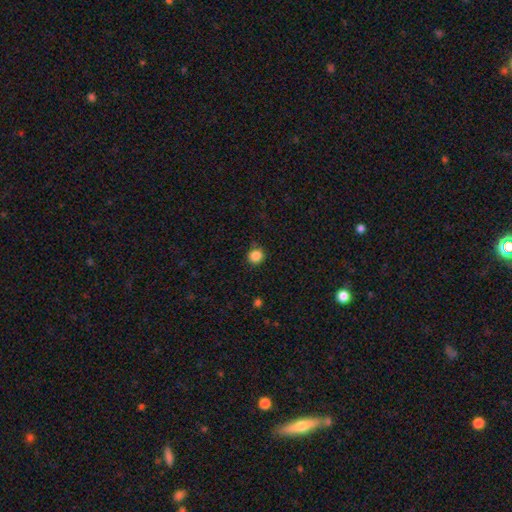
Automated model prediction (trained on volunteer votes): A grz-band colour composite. It shows a smooth galaxy with no disk features (85%) that is round (90%). Merging: none (84%).